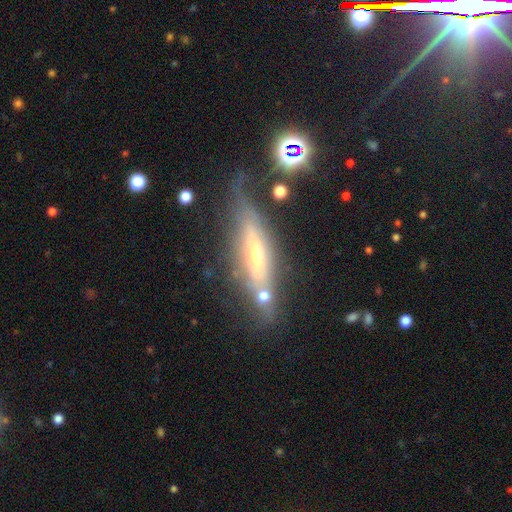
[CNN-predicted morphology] Q: Smooth or featured?
A: featured or disk (65%); runner-up: smooth (25%)
Q: Edge-on disk?
A: yes (80%); runner-up: no (20%)
Q: Edge-on bulge?
A: rounded (66%); runner-up: none (23%)
Q: Merging?
A: none (58%); runner-up: minor disturbance (23%)